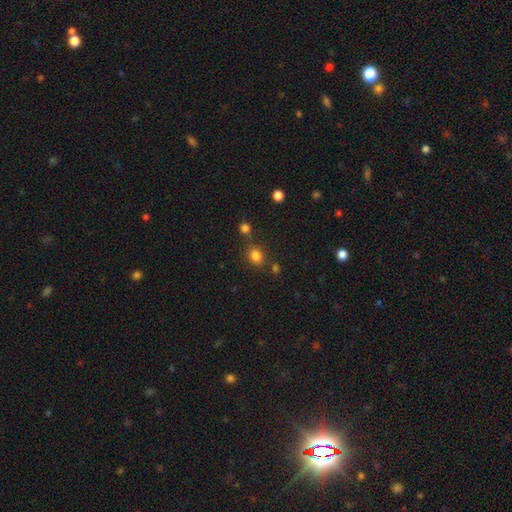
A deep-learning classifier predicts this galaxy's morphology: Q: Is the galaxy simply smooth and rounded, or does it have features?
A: smooth — 81%.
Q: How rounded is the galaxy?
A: round — 60%.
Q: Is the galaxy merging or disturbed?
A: none — 73%.